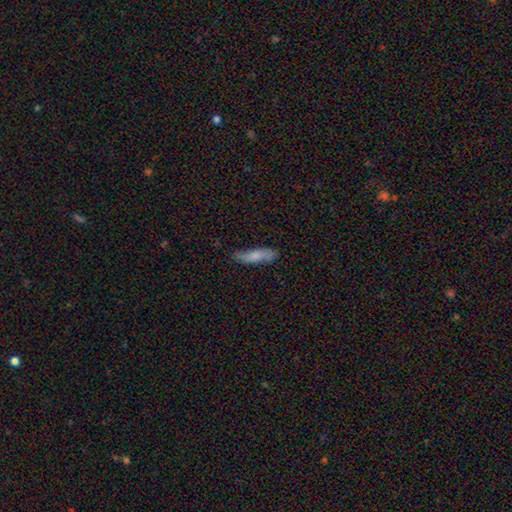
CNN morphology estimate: Overall: smooth (71%). How rounded: cigar-shaped (65%; in between 33%). Merging: none (77%).